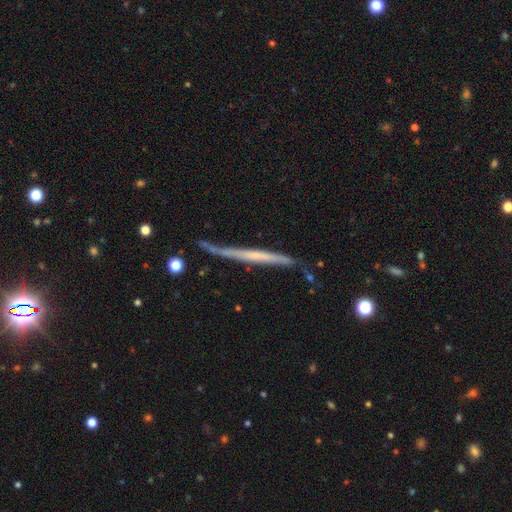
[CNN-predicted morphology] Q: Smooth or featured?
A: featured or disk (62%); runner-up: smooth (32%)
Q: Edge-on disk?
A: yes (92%); runner-up: no (8%)
Q: Edge-on bulge?
A: none (78%); runner-up: rounded (14%)
Q: Merging?
A: none (65%); runner-up: minor disturbance (25%)